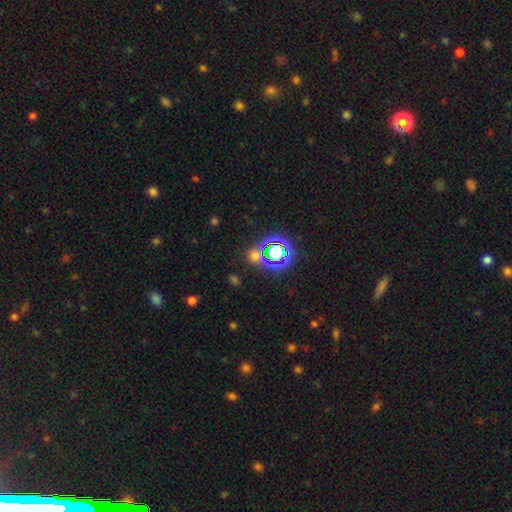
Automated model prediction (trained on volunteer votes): smooth-or-featured: star or artifact: 53% | smooth: 38% | featured or disk: 8%